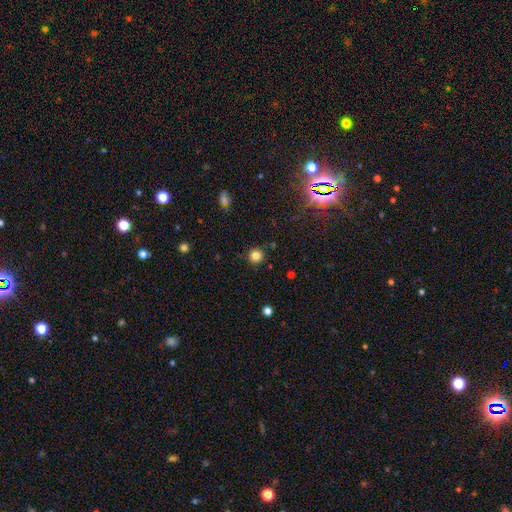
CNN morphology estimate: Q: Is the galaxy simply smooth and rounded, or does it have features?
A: smooth — 82%.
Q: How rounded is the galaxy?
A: round — 94%.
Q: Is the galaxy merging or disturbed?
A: none — 88%.